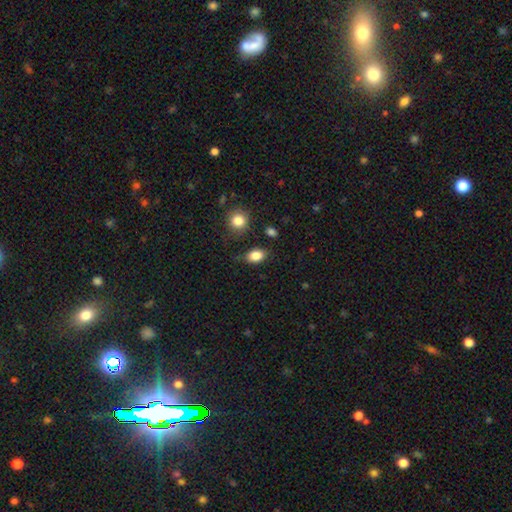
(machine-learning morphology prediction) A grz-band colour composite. It shows a smooth galaxy with no disk features (85%) that is in between round and cigar-shaped (79%). Merging: none (75%).